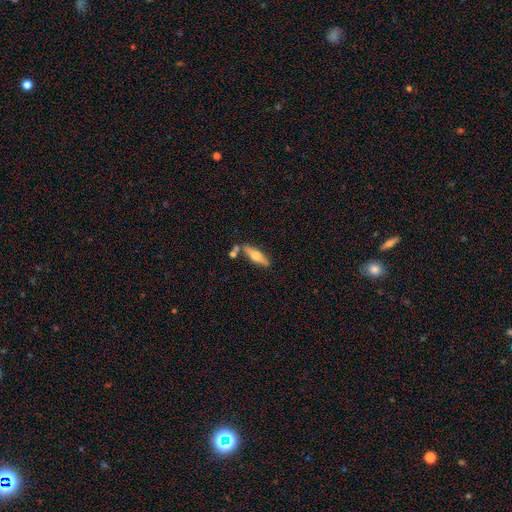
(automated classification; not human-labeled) A featured or disk galaxy (53%) viewed edge-on (90%).

Vote fractions:
- Smooth or featured? featured or disk: 53% / smooth: 41% / star or artifact: 6%
- Edge-on disk? yes: 90% / no: 10%
- Merging? none: 73% / minor disturbance: 13% / merger: 11% / major disturbance: 3%